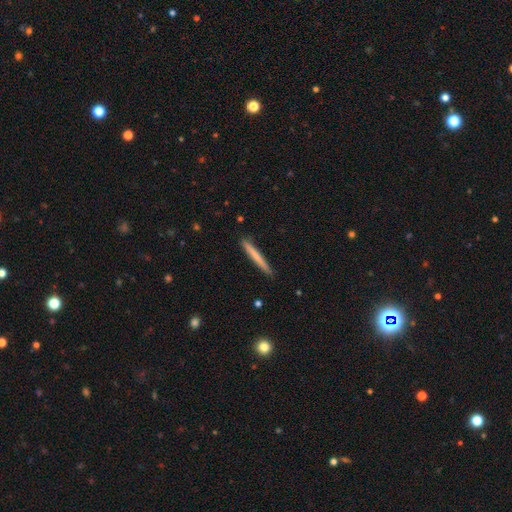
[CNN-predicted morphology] The model was most divided on "smooth or featured": smooth: 68%, featured or disk: 27%, star or artifact: 5%. More confident: how rounded — cigar-shaped (97%); merging — none (91%).